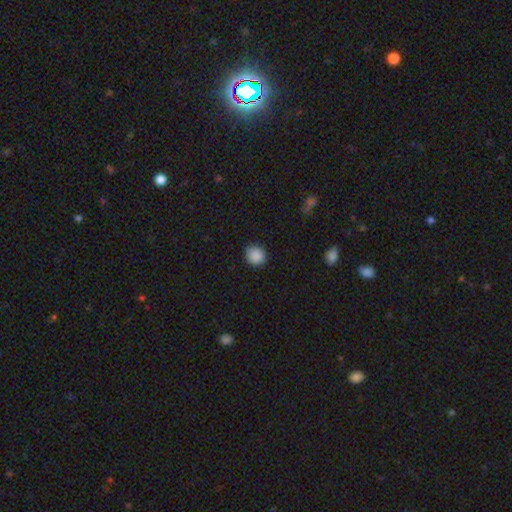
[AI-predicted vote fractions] A smooth galaxy with no disk features (88%) that is round (86%).

Vote fractions:
- Smooth or featured? smooth: 88% / star or artifact: 9% / featured or disk: 2%
- How rounded? round: 86% / in between: 13% / cigar-shaped: 1%
- Merging? none: 89% / minor disturbance: 8% / major disturbance: 2% / merger: 1%